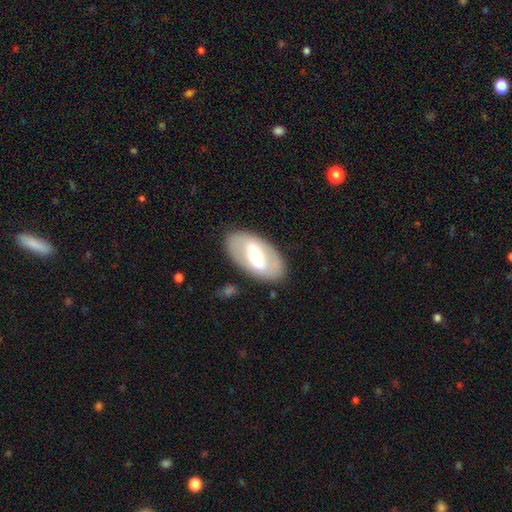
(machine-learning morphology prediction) Smooth or featured? featured or disk (59%)
Edge-on disk? no (91%)
Bar? strong (45%)
Spiral arms? no (59%)
Bulge size? moderate (58%)
Merging? none (84%)